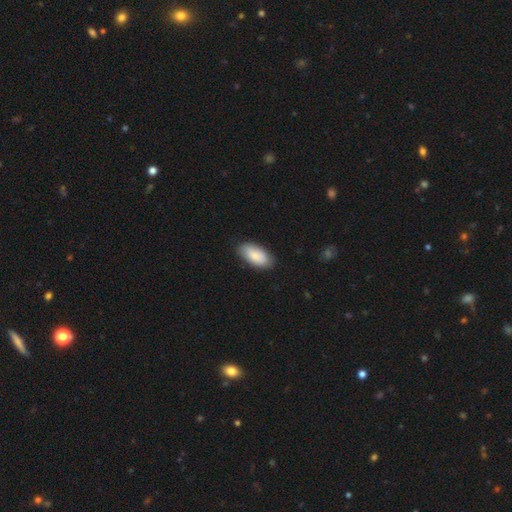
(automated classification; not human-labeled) Smooth or featured? Predicted: smooth (p=0.80). How rounded? Predicted: in between (p=0.94). Merging? Predicted: none (p=0.83).